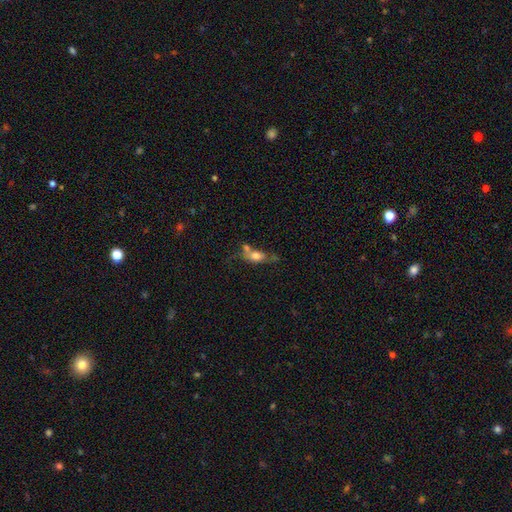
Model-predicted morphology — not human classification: Smooth or featured? Predicted: smooth (p=0.64). How rounded? Predicted: in between (p=0.73). Merging? Predicted: merger (p=0.35).